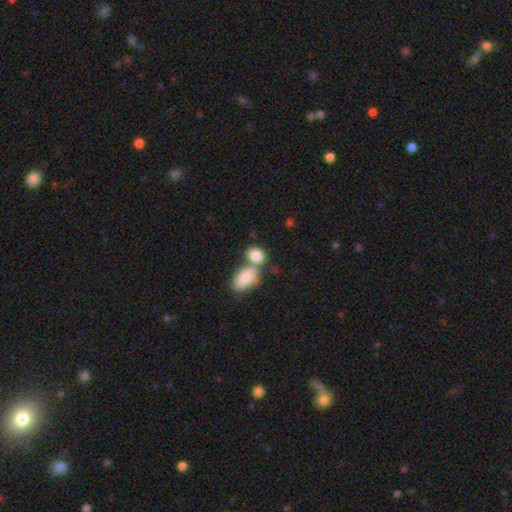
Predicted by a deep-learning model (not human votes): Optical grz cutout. It shows a smooth galaxy with no disk features (84%) that is in between round and cigar-shaped (77%). Merging: merger (53%).